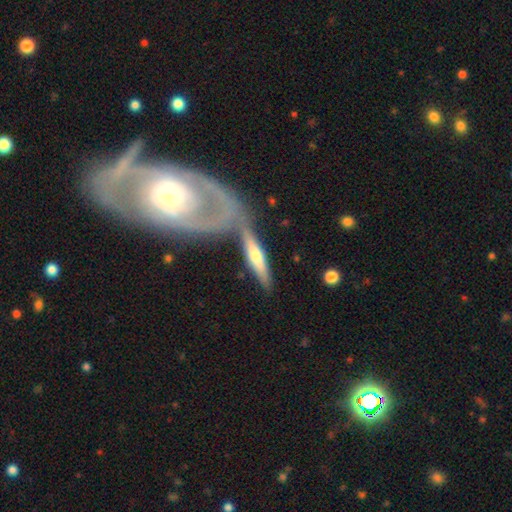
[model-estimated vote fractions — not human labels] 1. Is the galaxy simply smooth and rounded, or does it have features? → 53% featured or disk, 41% smooth, 5% star or artifact.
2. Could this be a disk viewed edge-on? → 81% yes, 19% no.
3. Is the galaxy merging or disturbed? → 56% none, 23% merger, 14% minor disturbance, 7% major disturbance.